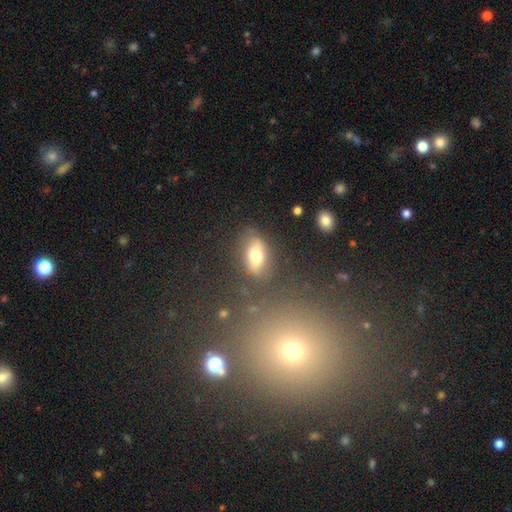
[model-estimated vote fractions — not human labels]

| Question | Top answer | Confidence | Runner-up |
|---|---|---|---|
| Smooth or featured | smooth | 66% | featured or disk (23%) |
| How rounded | in between | 82% | cigar-shaped (10%) |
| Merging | none | 73% | minor disturbance (16%) |